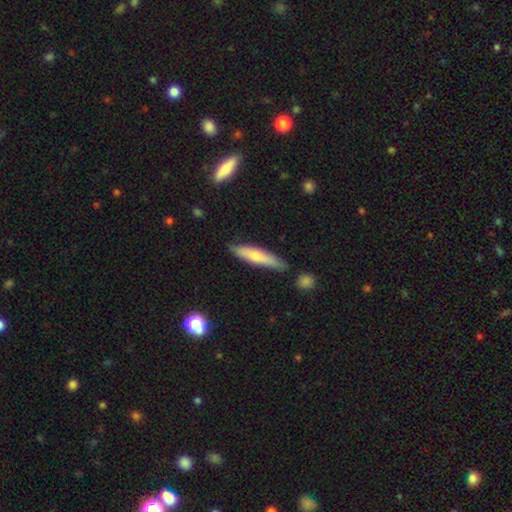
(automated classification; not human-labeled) smooth-or-featured: smooth: 55% | featured or disk: 38% | star or artifact: 7%
  how-rounded: cigar-shaped: 88% | in between: 11% | round: 2%
  merging: none: 83% | minor disturbance: 12% | merger: 3% | major disturbance: 2%